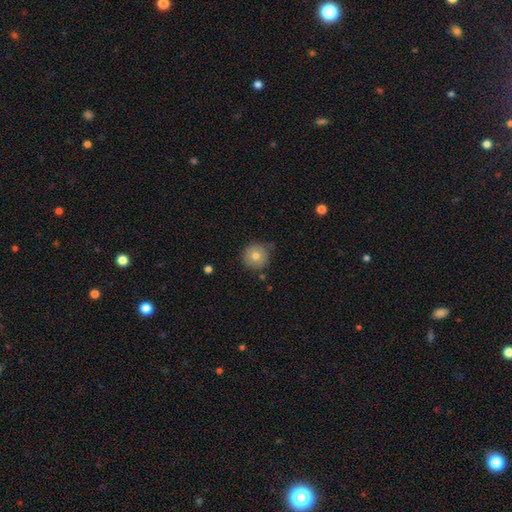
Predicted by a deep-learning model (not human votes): Smooth or featured? Predicted: smooth (p=0.76). How rounded? Predicted: round (p=0.94). Merging? Predicted: none (p=0.76).